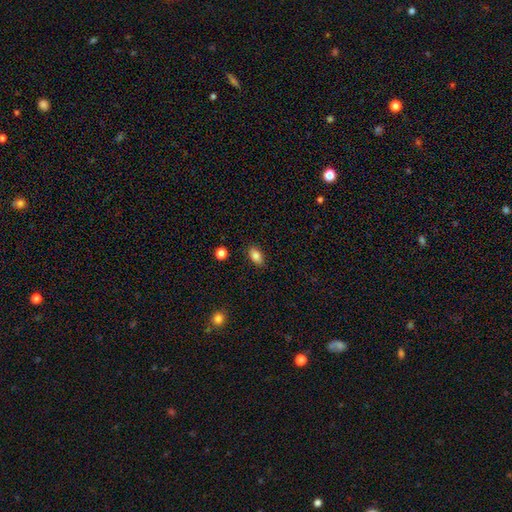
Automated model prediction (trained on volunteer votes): This appears to be a smooth galaxy with no disk features (84%) that is in between round and cigar-shaped (88%). Merging: none (87%).